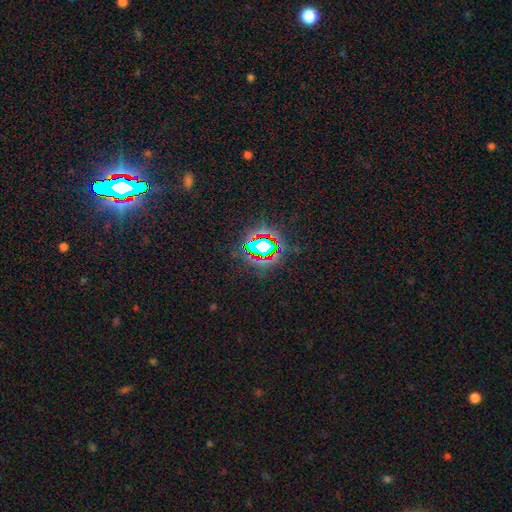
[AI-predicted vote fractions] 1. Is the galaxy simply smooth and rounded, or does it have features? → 80% star or artifact, 11% smooth, 9% featured or disk.